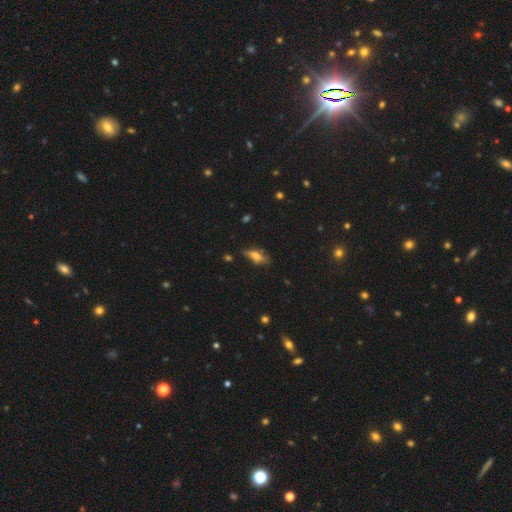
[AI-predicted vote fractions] The model was most divided on "merging": none: 54%, minor disturbance: 30%, major disturbance: 12%, merger: 3%. More confident: how rounded — in between (70%); smooth or featured — smooth (60%).